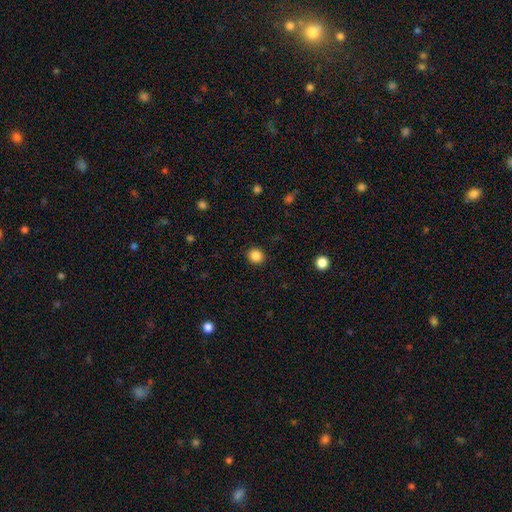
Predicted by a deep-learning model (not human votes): Smooth or featured?
  - smooth: 86% *
  - star or artifact: 11%
  - featured or disk: 3%
How rounded?
  - round: 84% *
  - in between: 15%
  - cigar-shaped: 1%
Merging?
  - none: 91% *
  - minor disturbance: 6%
  - major disturbance: 2%
  - merger: 1%